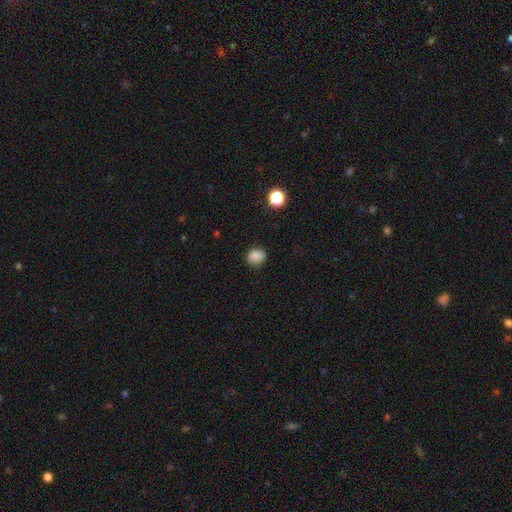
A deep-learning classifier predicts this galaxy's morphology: smooth_or_featured: smooth (p=0.83) [alt: star or artifact p=0.11]
how_rounded: round (p=0.61) [alt: in between p=0.38]
merging: none (p=0.73) [alt: minor disturbance p=0.21]